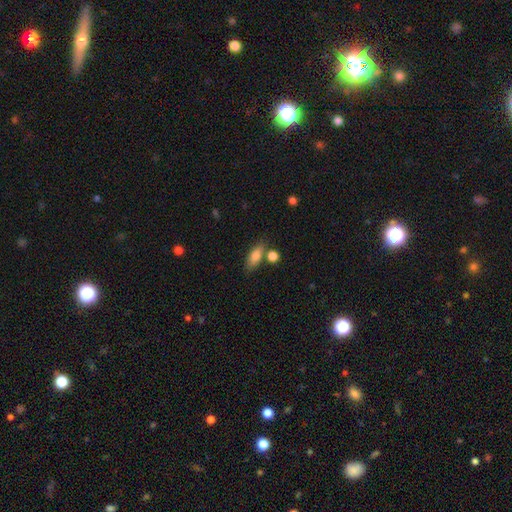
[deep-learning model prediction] smooth_or_featured: smooth (p=0.79) [alt: featured or disk p=0.14]
how_rounded: in between (p=0.73) [alt: cigar-shaped p=0.22]
merging: none (p=0.68) [alt: merger p=0.14]